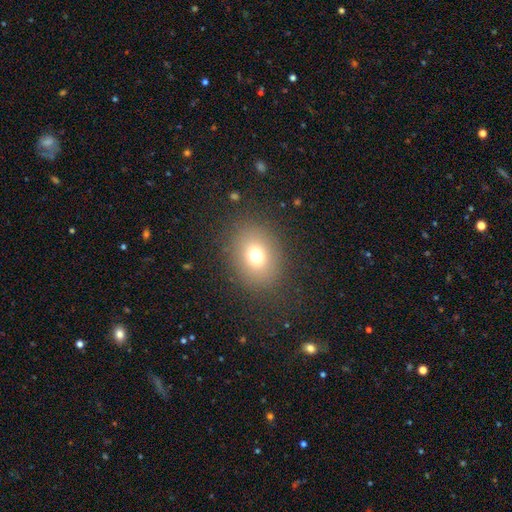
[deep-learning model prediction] smooth 72%, star or artifact 17%, featured or disk 11%. Down the decision tree: how rounded — round (53%); merging — none (85%).